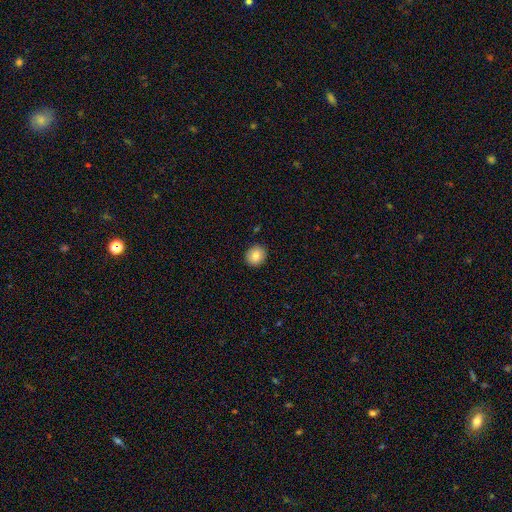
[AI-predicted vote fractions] The model was most divided on "how rounded": round: 82%, in between: 17%, cigar-shaped: 1%. More confident: merging — none (89%); smooth or featured — smooth (82%).